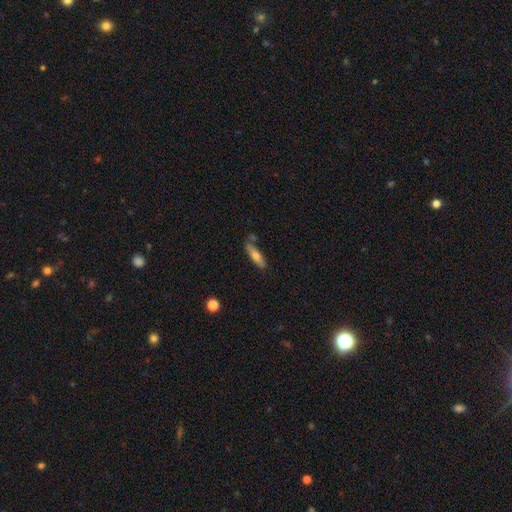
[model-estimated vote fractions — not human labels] Smooth or featured?
  - smooth: 60% *
  - featured or disk: 34%
  - star or artifact: 7%
How rounded?
  - cigar-shaped: 72% *
  - in between: 26%
  - round: 2%
Merging?
  - none: 68% *
  - minor disturbance: 19%
  - merger: 9%
  - major disturbance: 4%